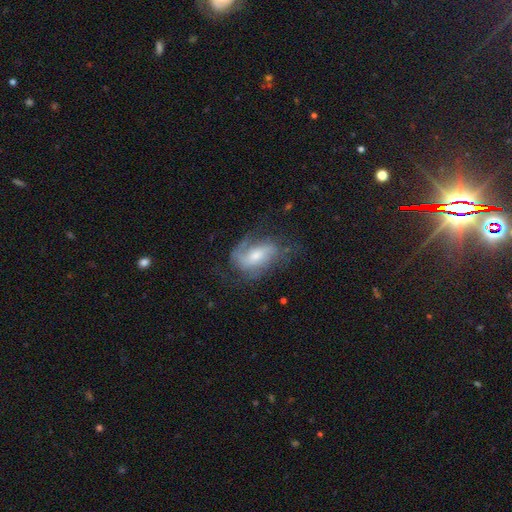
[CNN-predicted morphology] A featured or disk galaxy (73%) with a weak bar (44%), 2 (55%) medium (45%) spiral arms (91%) and a moderate central bulge (48%).

Vote fractions:
- Smooth or featured? featured or disk: 73% / smooth: 20% / star or artifact: 7%
- Edge-on disk? no: 95% / yes: 5%
- Bar? weak: 44% / no: 36% / strong: 20%
- Spiral arms? yes: 91% / no: 9%
- Spiral winding? medium: 45% / loose: 33% / tight: 22%
- Spiral arm count? 2: 55% / can't tell: 17% / 1: 14% / 3: 10% / 4: 2% / more than 4: 2%
- Bulge size? moderate: 48% / small: 39% / large: 8% / none: 4% / dominant: 1%
- Merging? none: 54% / minor disturbance: 23% / major disturbance: 22% / merger: 2%